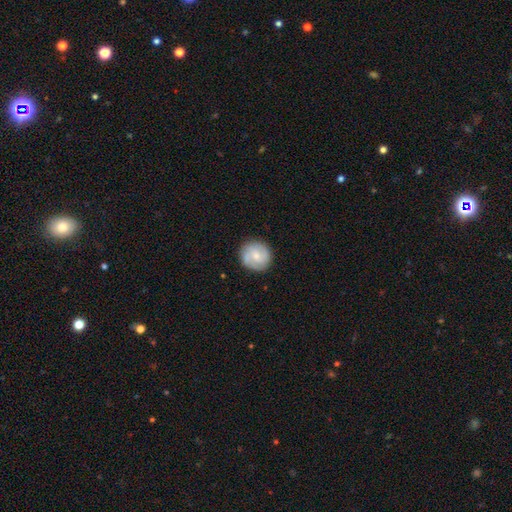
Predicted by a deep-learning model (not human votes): Smooth or featured? Predicted: featured or disk (p=0.55). Edge-on disk? Predicted: no (p=0.98). Bar? Predicted: no (p=0.57). Spiral arms? Predicted: yes (p=0.88). Bulge size? Predicted: small (p=0.53). Merging? Predicted: none (p=0.83).